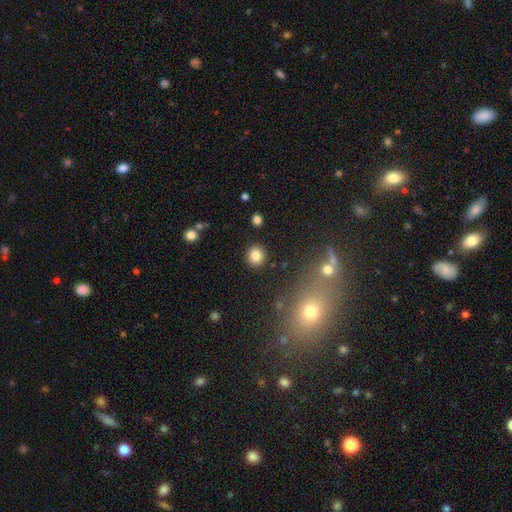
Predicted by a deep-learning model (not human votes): Smooth or featured? smooth (83%)
How rounded? round (85%)
Merging? none (90%)